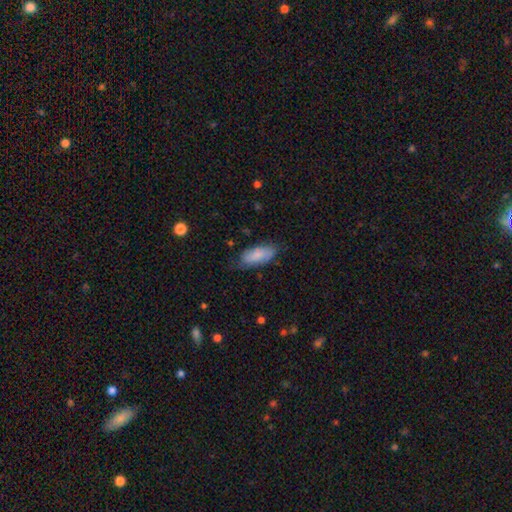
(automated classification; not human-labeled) Q: Smooth or featured?
A: smooth (81%); runner-up: featured or disk (13%)
Q: How rounded?
A: in between (85%); runner-up: cigar-shaped (13%)
Q: Merging?
A: none (67%); runner-up: minor disturbance (26%)